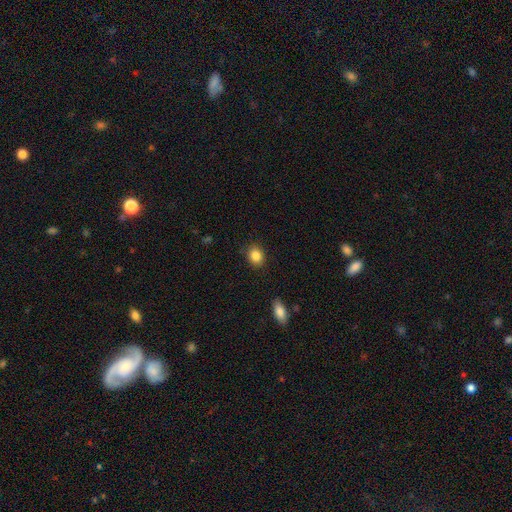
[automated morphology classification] This appears to be a smooth galaxy with no disk features (86%) that is round (55%). Merging: none (87%).